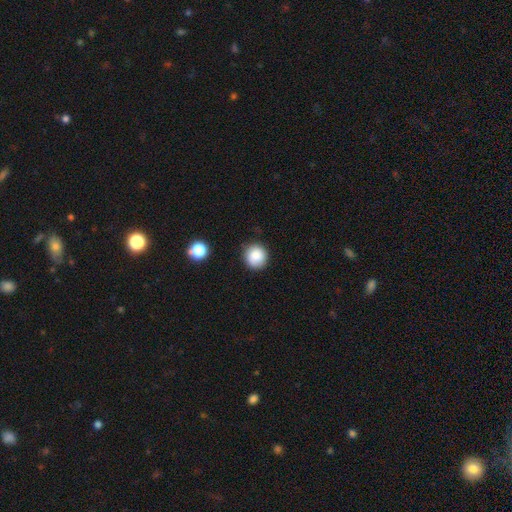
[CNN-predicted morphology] smooth_or_featured: smooth (p=0.85) [alt: star or artifact p=0.09]
how_rounded: round (p=0.92) [alt: in between p=0.07]
merging: none (p=0.85) [alt: minor disturbance p=0.10]